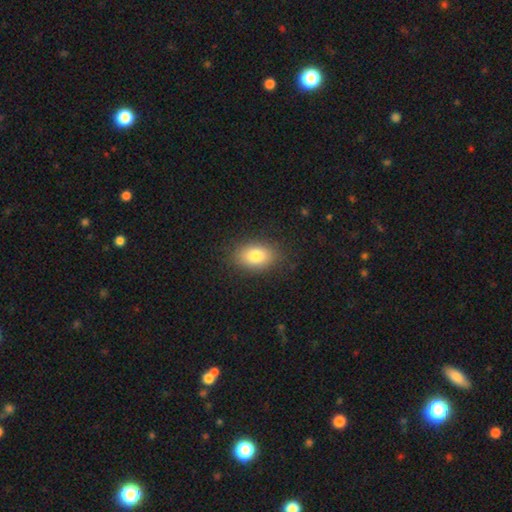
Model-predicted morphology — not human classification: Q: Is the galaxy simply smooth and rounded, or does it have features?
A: smooth — 82%.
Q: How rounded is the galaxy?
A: in between — 84%.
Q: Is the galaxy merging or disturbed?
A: none — 85%.